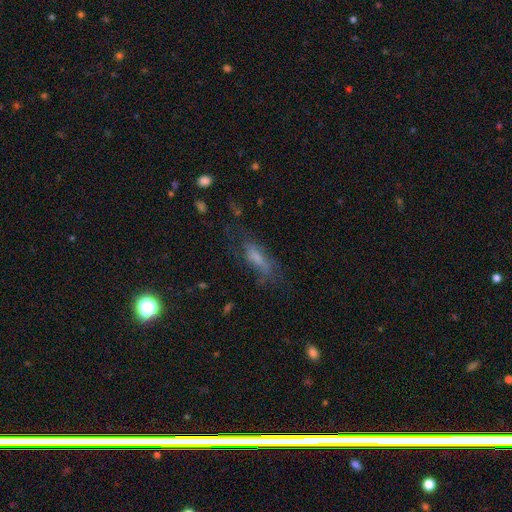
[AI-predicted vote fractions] Smooth or featured? Predicted: smooth (p=0.51). How rounded? Predicted: in between (p=0.49). Merging? Predicted: none (p=0.50).